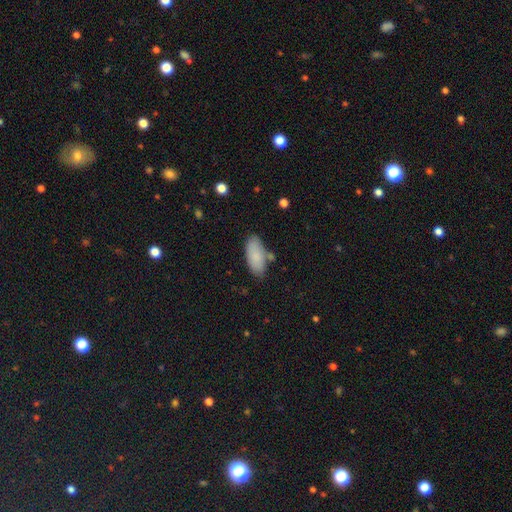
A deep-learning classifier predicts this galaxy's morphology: This is clearly a smooth galaxy (86%). How rounded: clearly in between (90%). Merging: likely none (72%).